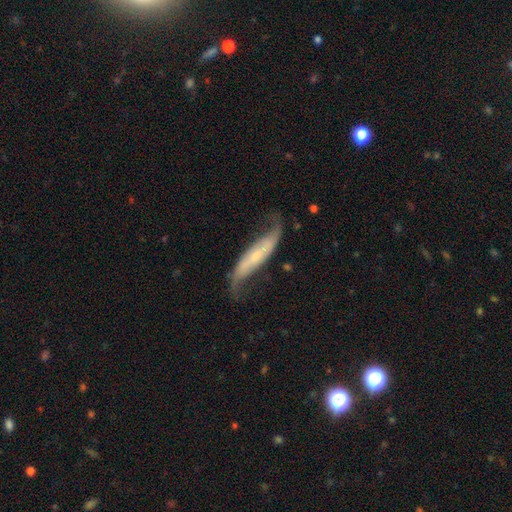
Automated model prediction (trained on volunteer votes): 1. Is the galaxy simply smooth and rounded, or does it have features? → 80% featured or disk, 14% smooth, 6% star or artifact.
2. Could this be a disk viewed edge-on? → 75% no, 25% yes.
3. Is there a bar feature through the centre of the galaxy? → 40% no, 34% strong, 26% weak.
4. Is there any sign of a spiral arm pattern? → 92% yes, 8% no.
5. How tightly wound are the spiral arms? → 79% loose, 15% medium, 6% tight.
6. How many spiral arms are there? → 91% 2, 4% can't tell, 3% 1, 1% 3, 1% 4, 1% more than 4.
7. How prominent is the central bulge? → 73% small, 18% moderate, 5% none, 2% large, 1% dominant.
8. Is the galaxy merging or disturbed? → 64% none, 21% minor disturbance, 12% major disturbance, 3% merger.